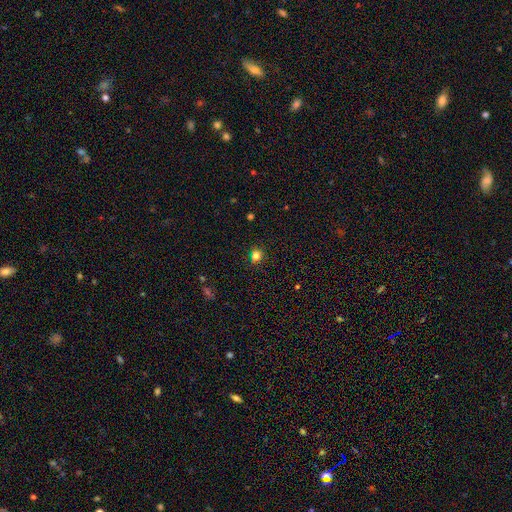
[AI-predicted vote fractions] The model was most divided on "how rounded": round: 79%, in between: 19%, cigar-shaped: 1%. More confident: merging — none (88%); smooth or featured — smooth (78%).